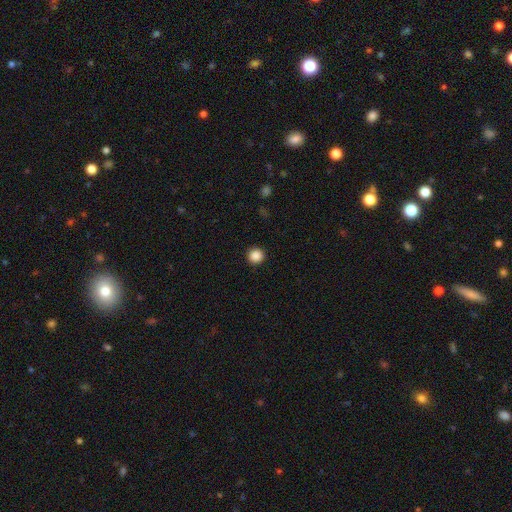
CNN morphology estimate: Q: Smooth or featured?
A: smooth (88%); runner-up: star or artifact (10%)
Q: How rounded?
A: round (96%); runner-up: in between (3%)
Q: Merging?
A: none (93%); runner-up: minor disturbance (4%)